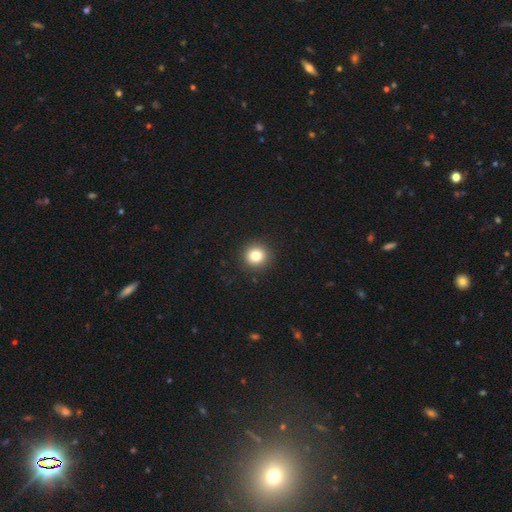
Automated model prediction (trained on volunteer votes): smooth 82%, star or artifact 11%, featured or disk 6%. Down the decision tree: how rounded — round (92%); merging — none (92%).